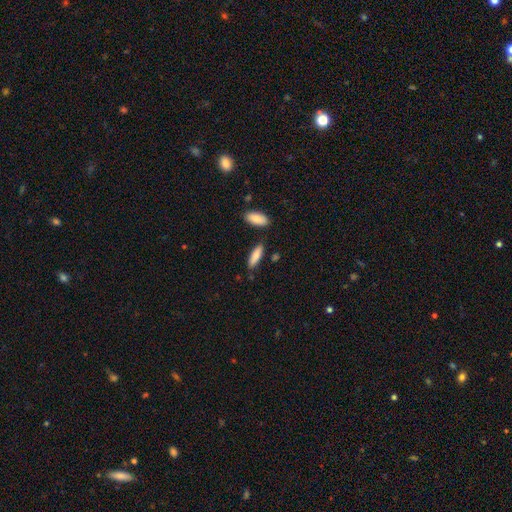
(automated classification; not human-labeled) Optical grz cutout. It shows a smooth galaxy with no disk features (83%) that is cigar-shaped (57%). Merging: none (81%).